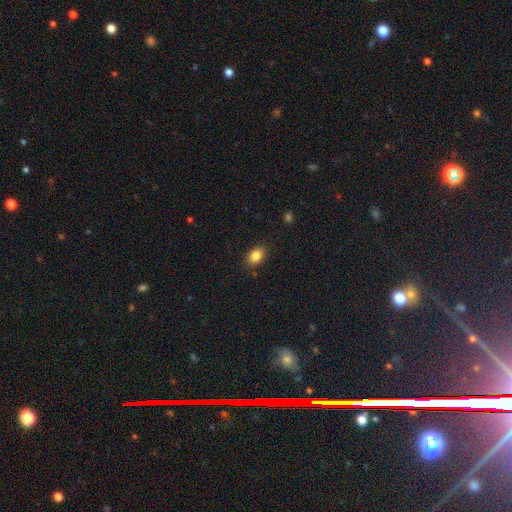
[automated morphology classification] Smooth or featured? Predicted: smooth (p=0.85). How rounded? Predicted: in between (p=0.76). Merging? Predicted: none (p=0.87).